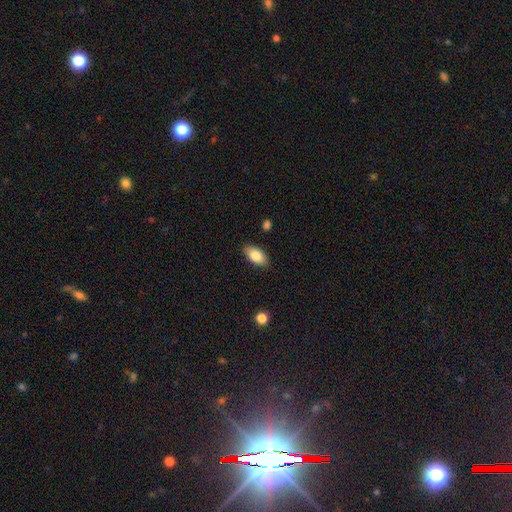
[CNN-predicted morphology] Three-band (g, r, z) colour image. It shows a smooth galaxy with no disk features (83%) that is in between round and cigar-shaped (93%). Merging: none (87%).